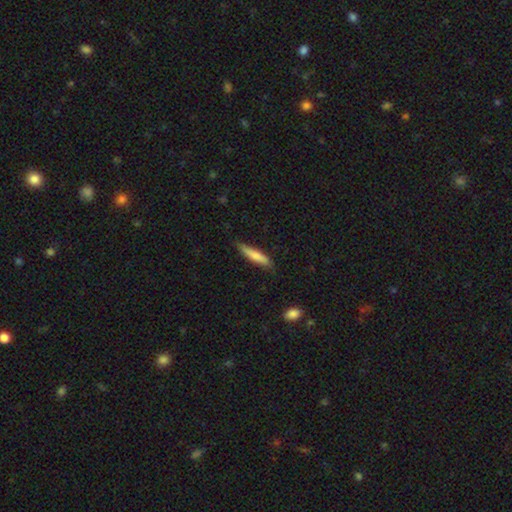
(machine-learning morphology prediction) A smooth galaxy with no disk features (72%) that is cigar-shaped (86%).

Vote fractions:
- Smooth or featured? smooth: 72% / featured or disk: 22% / star or artifact: 6%
- How rounded? cigar-shaped: 86% / in between: 13% / round: 1%
- Merging? none: 78% / minor disturbance: 18% / major disturbance: 2% / merger: 1%